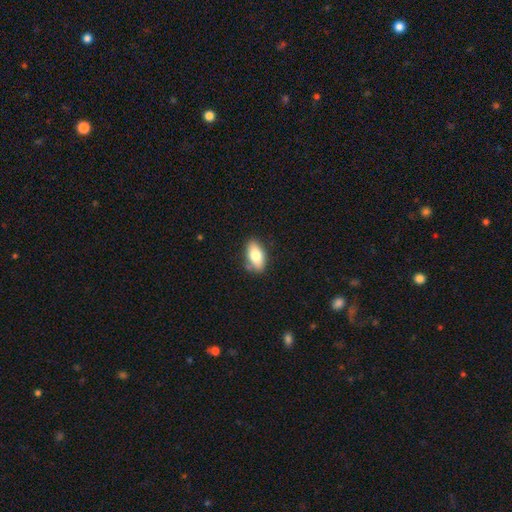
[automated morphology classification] smooth 75%, featured or disk 18%, star or artifact 7%. Down the decision tree: how rounded — in between (88%); merging — none (80%).